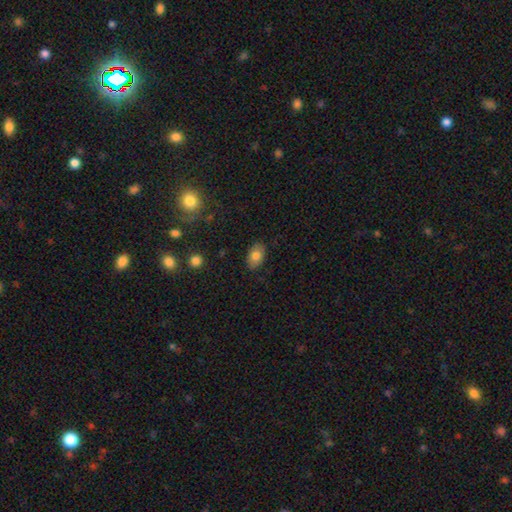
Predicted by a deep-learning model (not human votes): This appears to be a smooth galaxy with no disk features (79%) that is in between round and cigar-shaped (88%). Merging: none (85%).